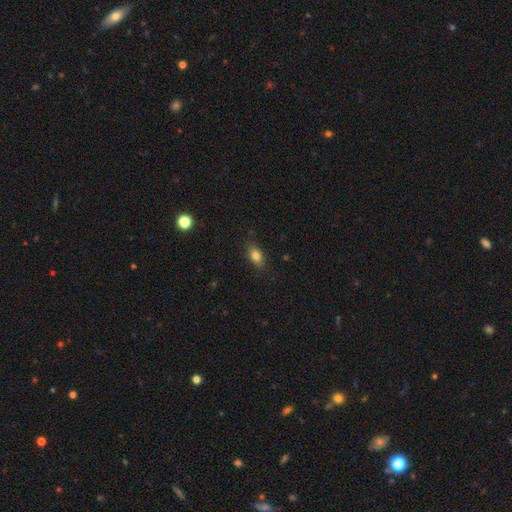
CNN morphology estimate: A smooth galaxy with no disk features (82%) that is in between round and cigar-shaped (85%).

Vote fractions:
- Smooth or featured? smooth: 82% / star or artifact: 10% / featured or disk: 9%
- How rounded? in between: 85% / round: 10% / cigar-shaped: 5%
- Merging? none: 84% / minor disturbance: 12% / major disturbance: 3% / merger: 1%